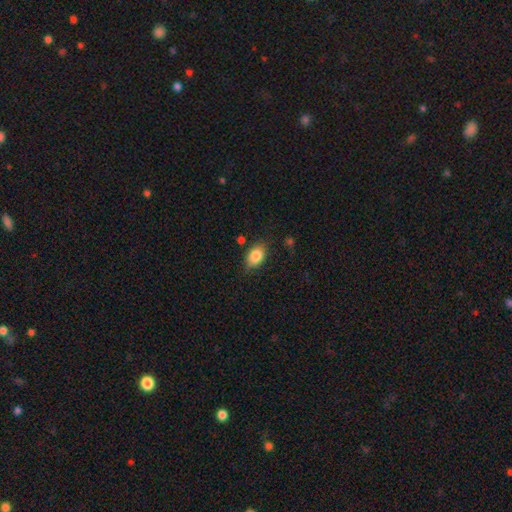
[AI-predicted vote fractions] Overall: smooth (83%). How rounded: in between (82%). Merging: none (74%).